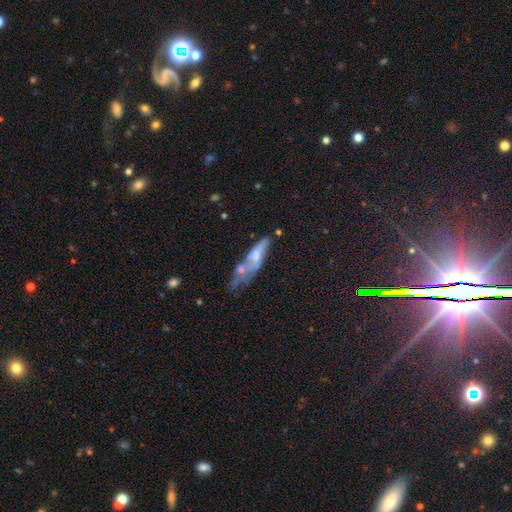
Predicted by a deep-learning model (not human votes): The model was most divided on "smooth or featured": featured or disk: 47%, smooth: 44%, star or artifact: 9%. Remaining: merging — none (32%).